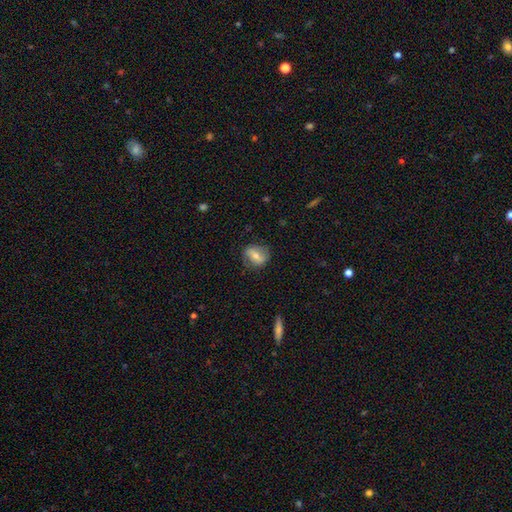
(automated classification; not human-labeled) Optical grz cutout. It shows a featured or disk galaxy (46%). Merging: none (77%).